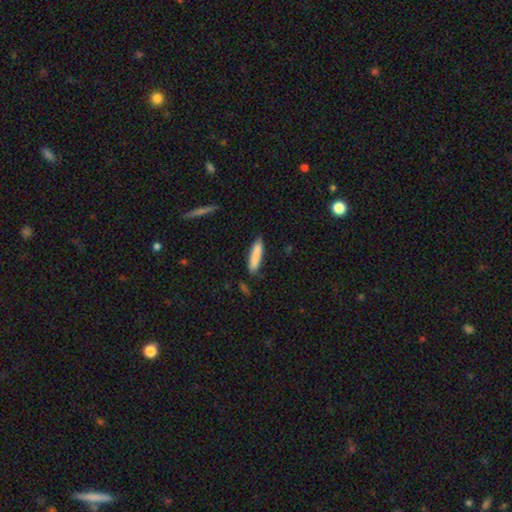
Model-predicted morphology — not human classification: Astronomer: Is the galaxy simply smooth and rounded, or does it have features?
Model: smooth — 85%.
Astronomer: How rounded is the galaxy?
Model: cigar-shaped — 81%.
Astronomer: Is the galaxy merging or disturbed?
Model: none — 82%.